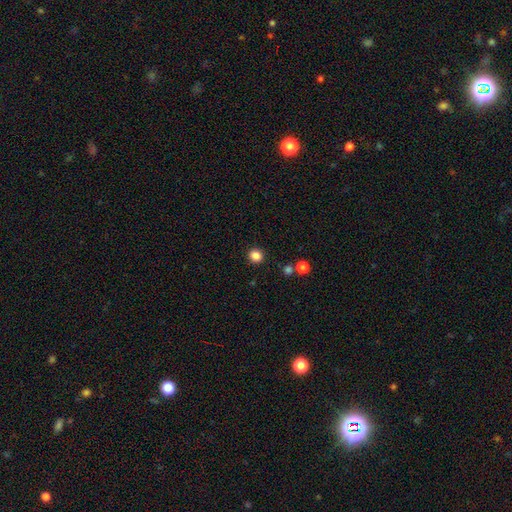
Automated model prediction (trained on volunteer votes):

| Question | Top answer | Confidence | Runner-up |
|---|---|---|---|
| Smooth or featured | smooth | 85% | star or artifact (12%) |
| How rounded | round | 89% | in between (10%) |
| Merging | none | 90% | minor disturbance (6%) |